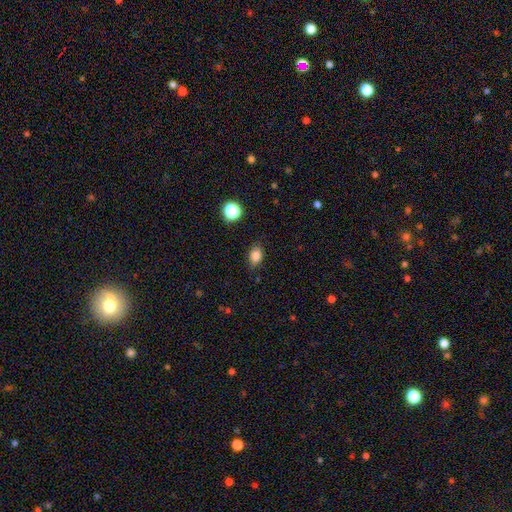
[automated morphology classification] Smooth or featured: smooth — 83% (star or artifact — 12%)
How rounded: in between — 77% (round — 21%)
Merging: none — 82% (minor disturbance — 13%)